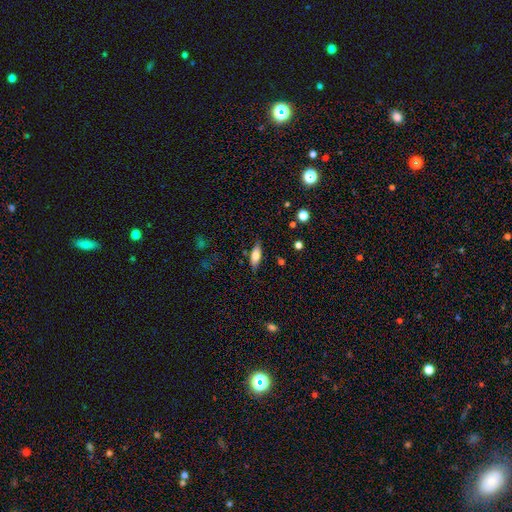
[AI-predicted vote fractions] Overall: smooth (69%). How rounded: in between (72%). Merging: none (81%).